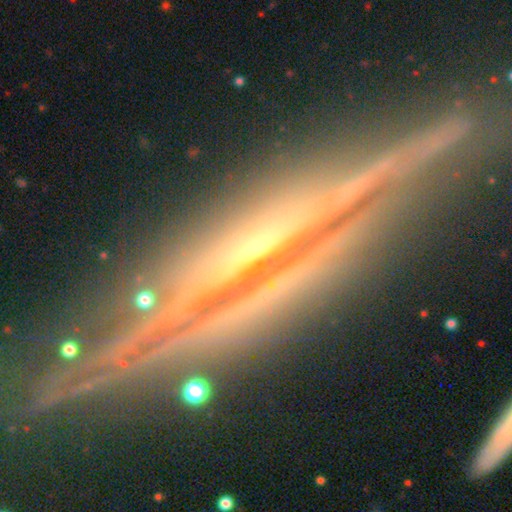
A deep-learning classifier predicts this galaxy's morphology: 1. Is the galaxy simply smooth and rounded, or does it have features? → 74% featured or disk, 15% star or artifact, 11% smooth.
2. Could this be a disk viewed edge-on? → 88% yes, 12% no.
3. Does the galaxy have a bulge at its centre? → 69% rounded, 20% none, 11% boxy.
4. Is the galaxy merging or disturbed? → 77% none, 13% minor disturbance, 6% major disturbance, 4% merger.